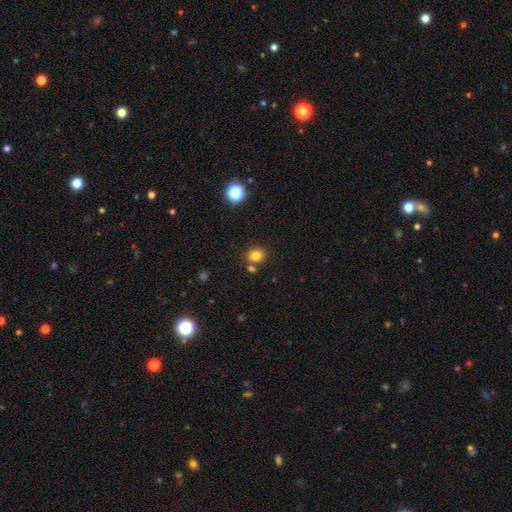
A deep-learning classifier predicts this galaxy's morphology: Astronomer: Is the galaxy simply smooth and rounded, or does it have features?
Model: smooth — 81%.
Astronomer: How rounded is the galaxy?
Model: round — 66%.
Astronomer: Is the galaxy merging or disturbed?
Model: none — 75%.